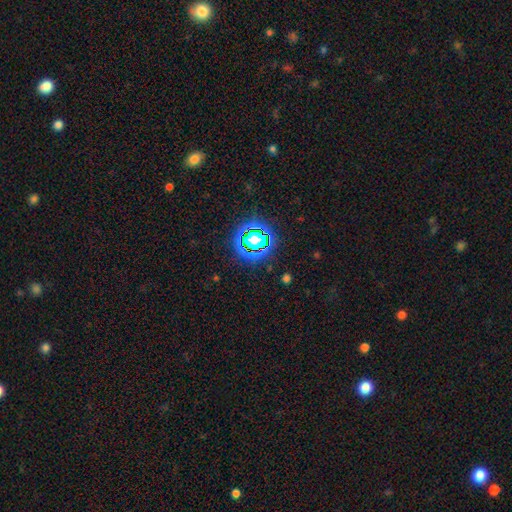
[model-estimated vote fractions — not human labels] The model was most divided on "smooth or featured": star or artifact: 75%, smooth: 18%, featured or disk: 7%.